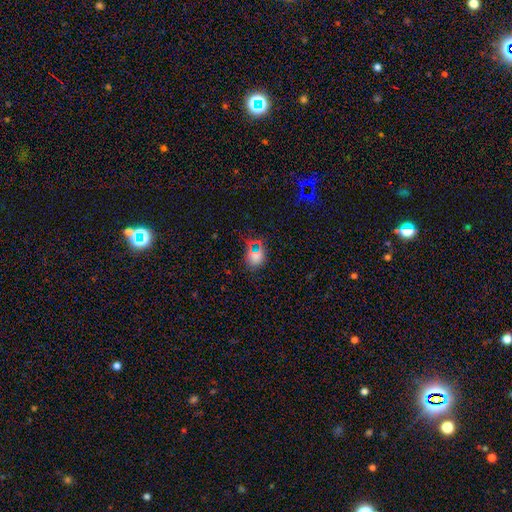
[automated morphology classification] Smooth or featured? smooth (64%)
How rounded? in between (56%)
Merging? none (71%)